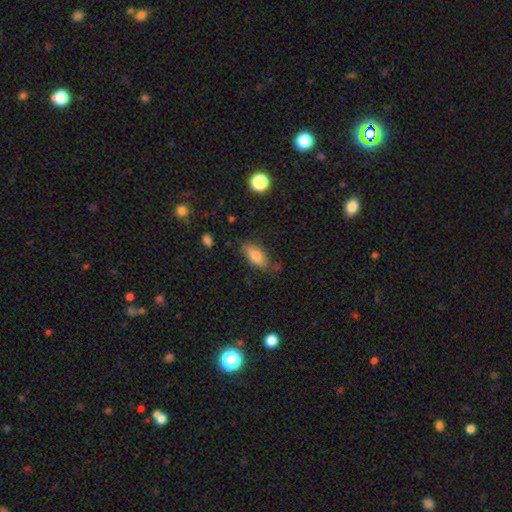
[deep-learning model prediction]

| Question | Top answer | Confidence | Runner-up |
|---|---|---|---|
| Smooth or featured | smooth | 77% | featured or disk (15%) |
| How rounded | in between | 81% | cigar-shaped (16%) |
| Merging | none | 72% | minor disturbance (20%) |